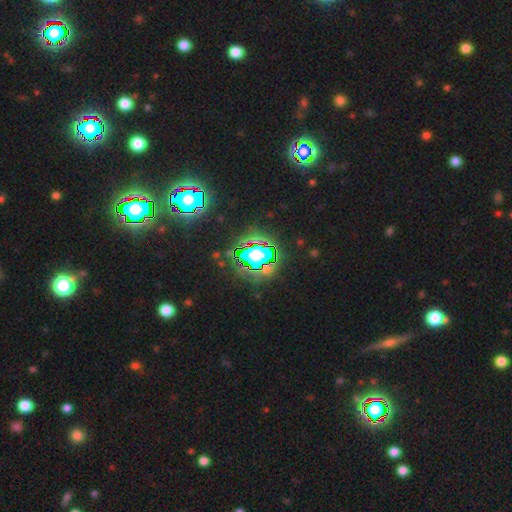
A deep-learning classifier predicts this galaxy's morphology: Smooth or featured: star or artifact — 64% (smooth — 23%)